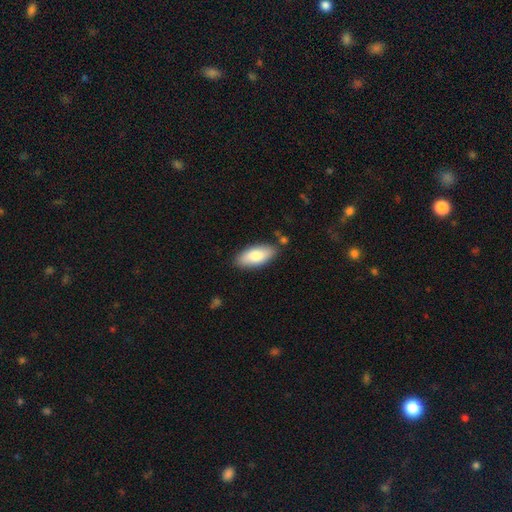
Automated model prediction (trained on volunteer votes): smooth-or-featured: smooth: 78% | featured or disk: 16% | star or artifact: 6%
  how-rounded: in between: 87% | cigar-shaped: 10% | round: 2%
  merging: none: 84% | minor disturbance: 11% | merger: 3% | major disturbance: 2%